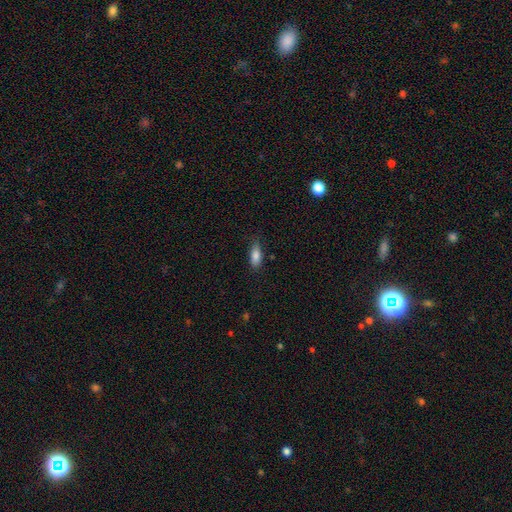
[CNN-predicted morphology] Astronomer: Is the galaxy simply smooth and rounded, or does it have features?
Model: smooth — 84%.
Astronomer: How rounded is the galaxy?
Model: in between — 79%.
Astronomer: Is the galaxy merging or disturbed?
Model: none — 76%.